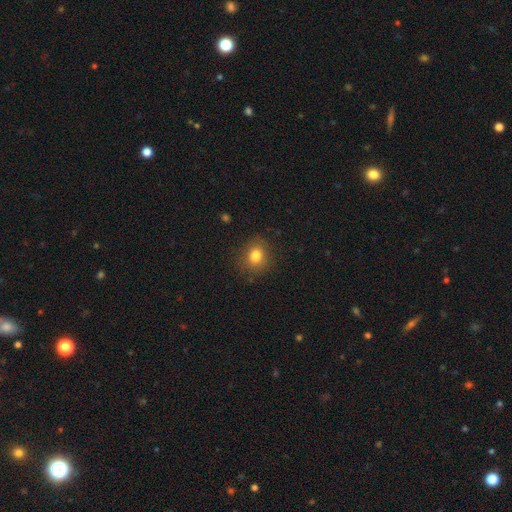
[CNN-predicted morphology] The model was most divided on "how rounded": round: 66%, in between: 33%, cigar-shaped: 1%. More confident: merging — none (85%); smooth or featured — smooth (81%).